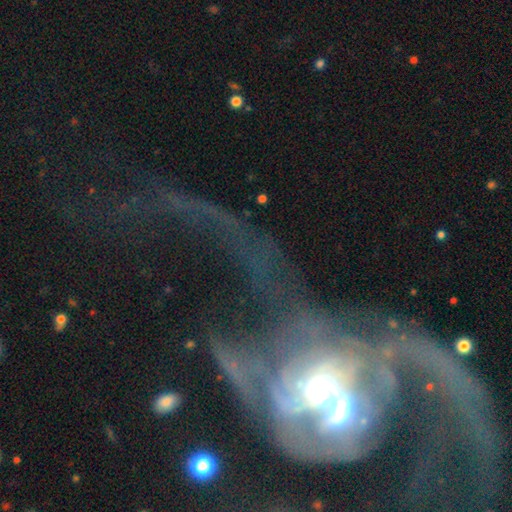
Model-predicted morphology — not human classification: Smooth or featured? Predicted: featured or disk (p=0.66). Edge-on disk? Predicted: no (p=0.91). Bar? Predicted: no (p=0.64). Spiral arms? Predicted: no (p=0.50, tied with yes). Bulge size? Predicted: moderate (p=0.56). Merging? Predicted: major disturbance (p=0.49).